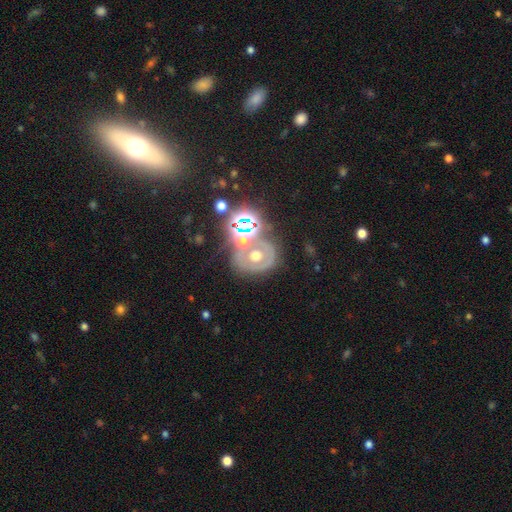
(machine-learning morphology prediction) A featured or disk galaxy (43%). Merging: none (53%).